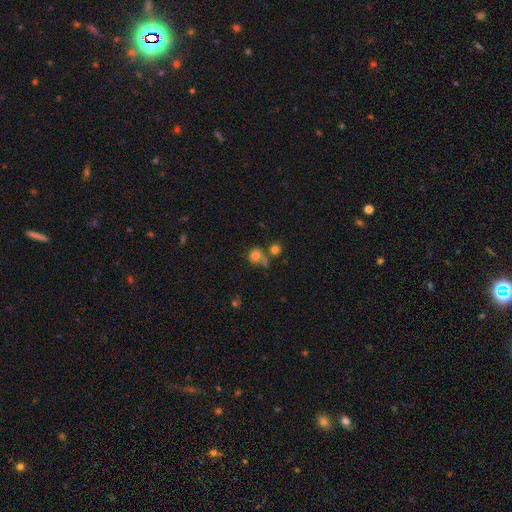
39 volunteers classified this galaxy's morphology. A smooth galaxy with no disk features (79%) that is round (84%).

Vote fractions:
- Smooth or featured? smooth: 79% / featured or disk: 10% / star or artifact: 10%
- How rounded? round: 84% / in between: 13% / cigar-shaped: 3%
- Merging? none: 51% / merger: 20% / minor disturbance: 14% / major disturbance: 14%